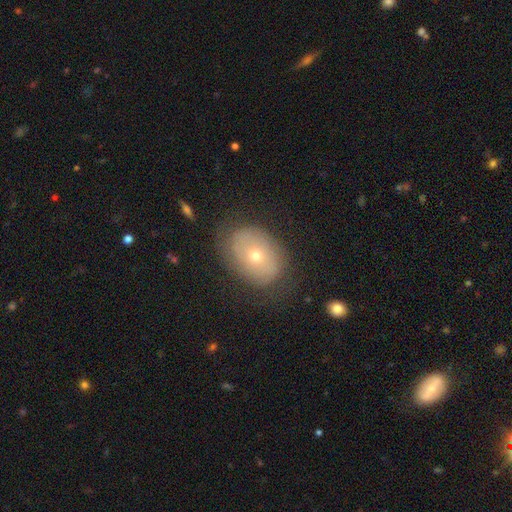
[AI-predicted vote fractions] Morphology: type=smooth (48%); merging=none (74%).